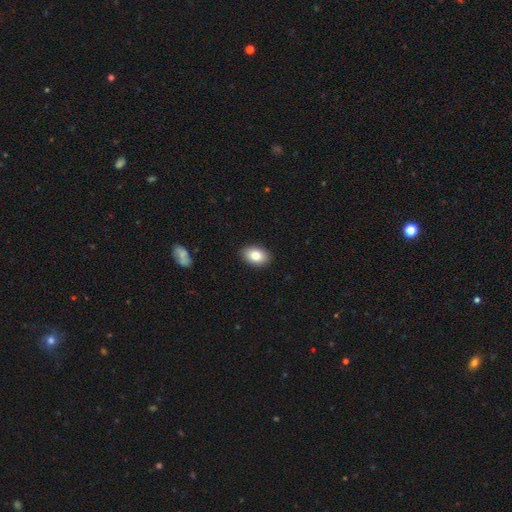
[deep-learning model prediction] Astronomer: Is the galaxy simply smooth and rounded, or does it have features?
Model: smooth — 83%.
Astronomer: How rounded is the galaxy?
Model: in between — 86%.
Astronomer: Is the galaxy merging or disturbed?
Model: none — 90%.